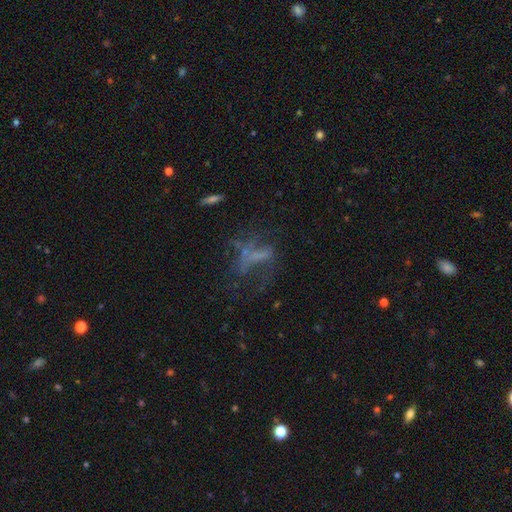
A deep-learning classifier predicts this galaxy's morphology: Smooth or featured? featured or disk (46%)
Merging? major disturbance (41%)